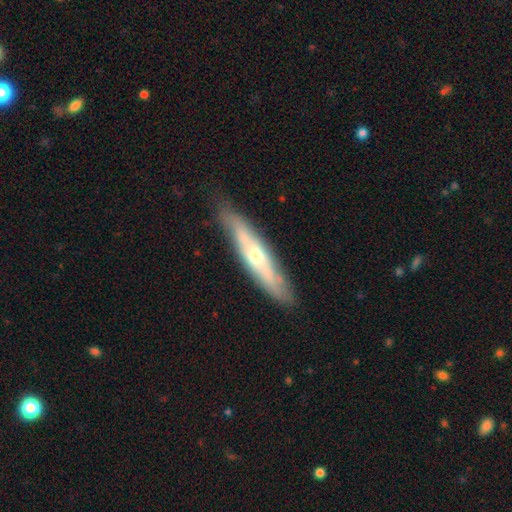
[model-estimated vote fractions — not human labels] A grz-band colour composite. It shows a featured or disk galaxy (60%) viewed edge-on (63%). Merging: none (81%).